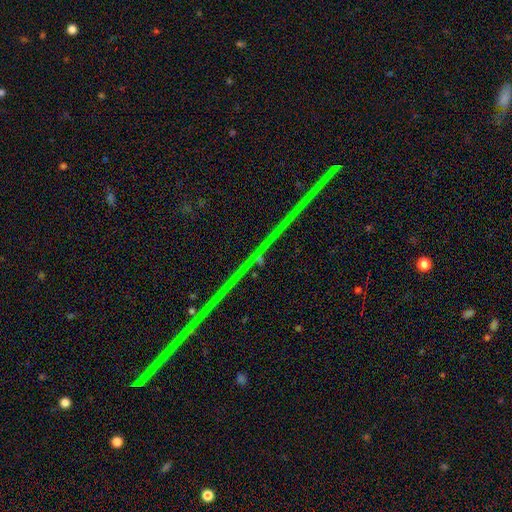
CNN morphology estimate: Smooth or featured?
  - star or artifact: 87% *
  - featured or disk: 8%
  - smooth: 5%